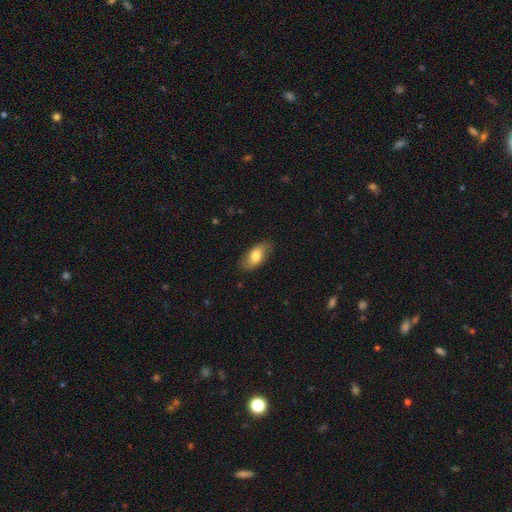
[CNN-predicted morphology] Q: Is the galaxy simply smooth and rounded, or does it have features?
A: smooth — 68%.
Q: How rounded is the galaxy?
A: in between — 90%.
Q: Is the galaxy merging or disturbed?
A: none — 80%.